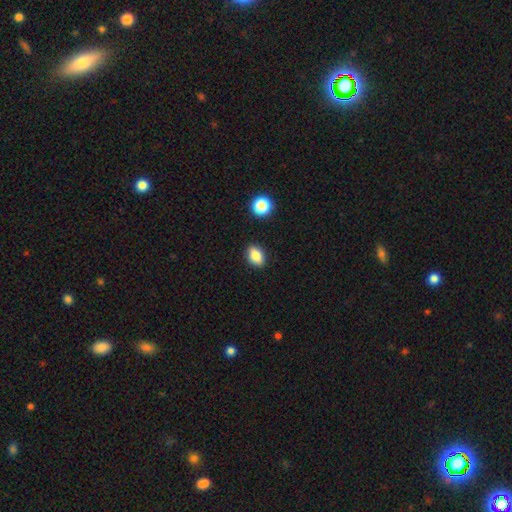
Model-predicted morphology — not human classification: type=smooth (82%); roundness=in between (78%); merging=none (88%).